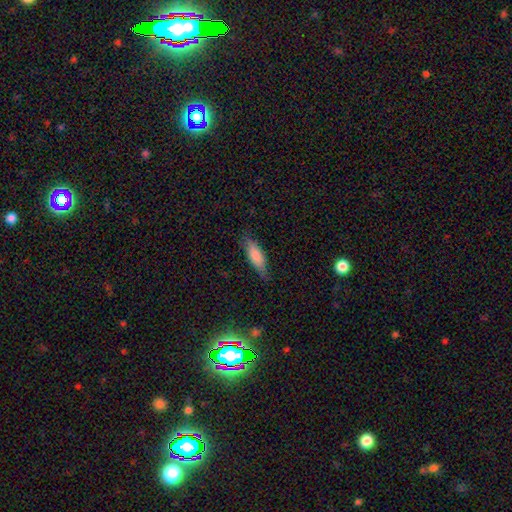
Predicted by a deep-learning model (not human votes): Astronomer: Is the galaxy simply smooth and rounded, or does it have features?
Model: smooth — 80%.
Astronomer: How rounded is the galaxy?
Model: in between — 57% (runner-up: cigar-shaped, 41%).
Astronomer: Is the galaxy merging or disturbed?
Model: none — 77%.